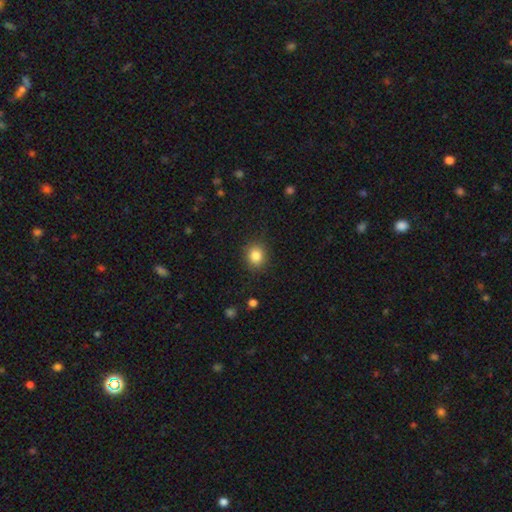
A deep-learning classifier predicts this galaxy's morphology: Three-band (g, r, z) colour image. It shows a smooth galaxy with no disk features (84%) that is round (71%). Merging: none (87%).